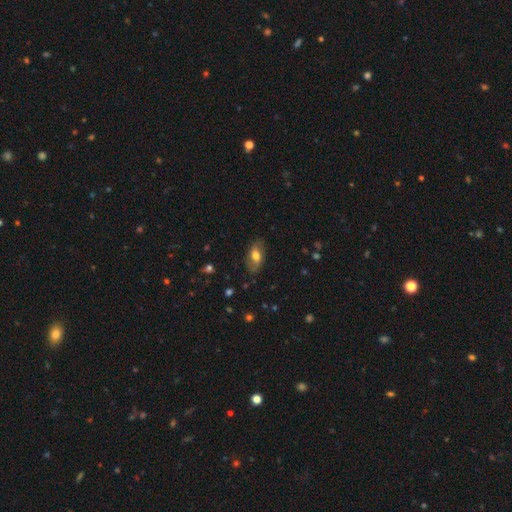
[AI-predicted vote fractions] Smooth or featured? smooth (64%)
How rounded? in between (87%)
Merging? none (79%)